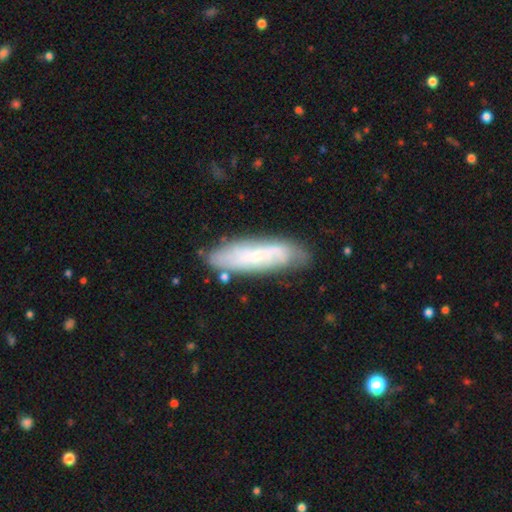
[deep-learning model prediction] smooth_or_featured: featured or disk (p=0.55) [alt: smooth p=0.38]
disk_edge_on: no (p=0.74) [alt: yes p=0.26]
merging: none (p=0.73) [alt: minor disturbance p=0.19]